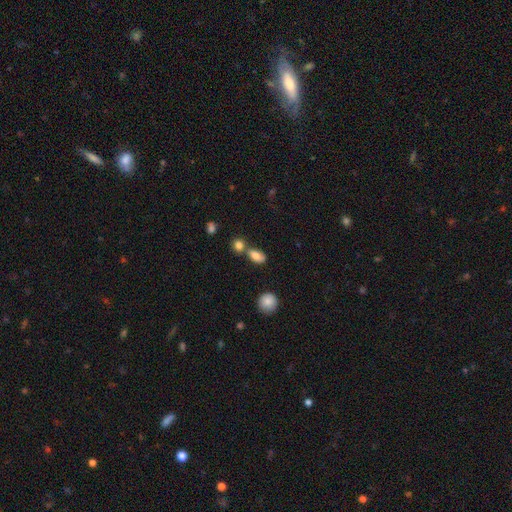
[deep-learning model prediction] Q: Smooth or featured?
A: smooth (82%); runner-up: star or artifact (9%)
Q: How rounded?
A: in between (82%); runner-up: round (12%)
Q: Merging?
A: none (49%); runner-up: merger (34%)